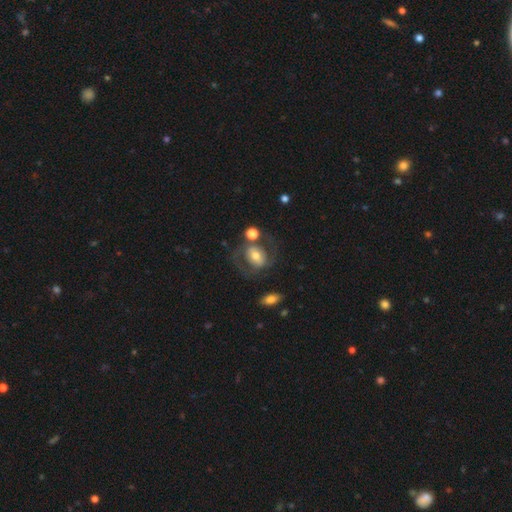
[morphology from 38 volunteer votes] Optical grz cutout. It shows a featured or disk galaxy (71%) with a strong bar (46%), 2 (95%) medium (52%) spiral arms (81%) and a moderate central bulge (54%). Merging: none (41%).